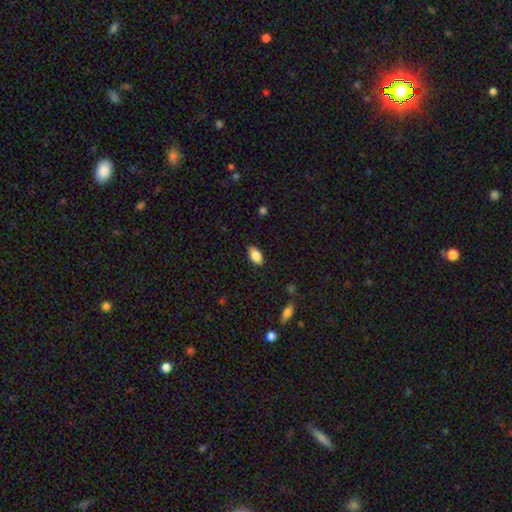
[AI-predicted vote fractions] Smooth or featured: smooth — 84% (featured or disk — 9%)
How rounded: in between — 92% (round — 4%)
Merging: none — 86% (minor disturbance — 11%)